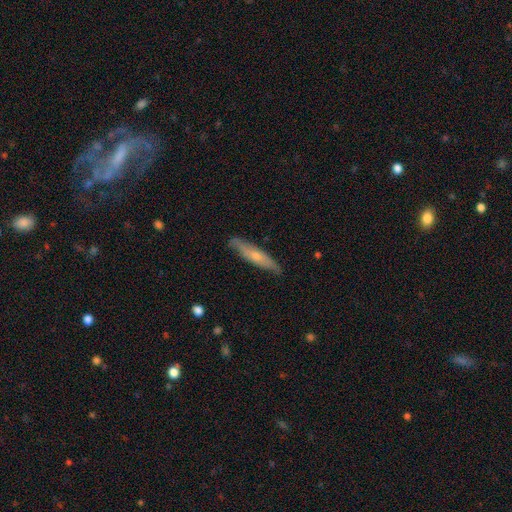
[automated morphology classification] smooth_or_featured: smooth (p=0.50) [alt: featured or disk p=0.45]
merging: none (p=0.84) [alt: minor disturbance p=0.13]